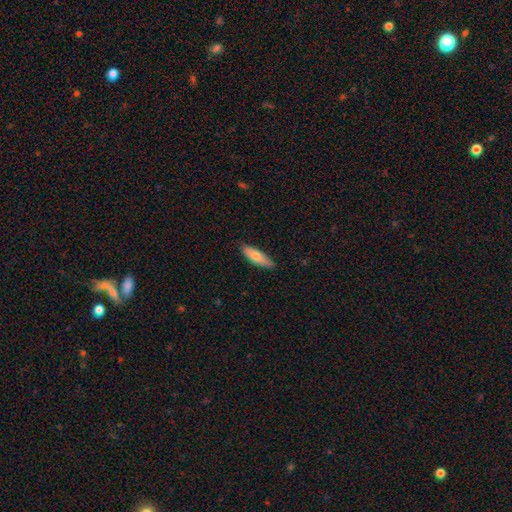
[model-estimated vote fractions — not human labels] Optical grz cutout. It shows a smooth galaxy with no disk features (72%) that is cigar-shaped (50%). Merging: none (83%).